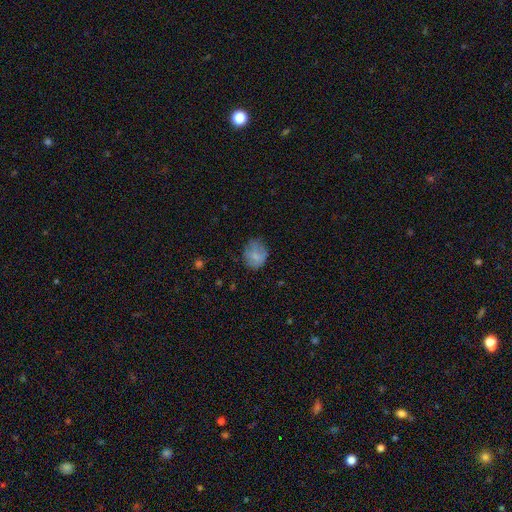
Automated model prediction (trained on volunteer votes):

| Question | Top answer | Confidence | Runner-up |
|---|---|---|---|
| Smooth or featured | smooth | 74% | featured or disk (17%) |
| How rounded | round | 58% | in between (41%) |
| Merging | none | 63% | minor disturbance (25%) |